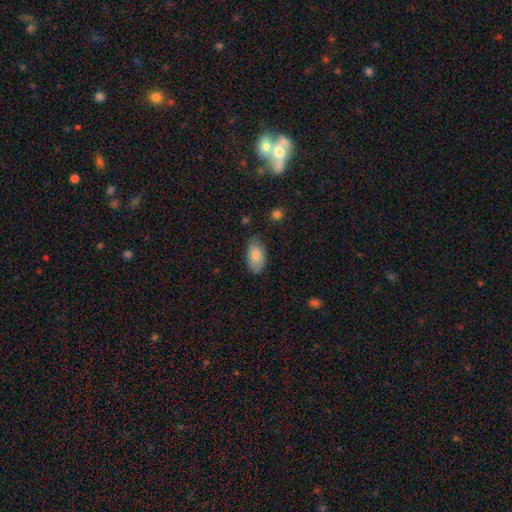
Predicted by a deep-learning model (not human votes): The model was most divided on "merging": none: 67%, minor disturbance: 26%, major disturbance: 5%, merger: 2%. More confident: how rounded — in between (94%); smooth or featured — smooth (81%).